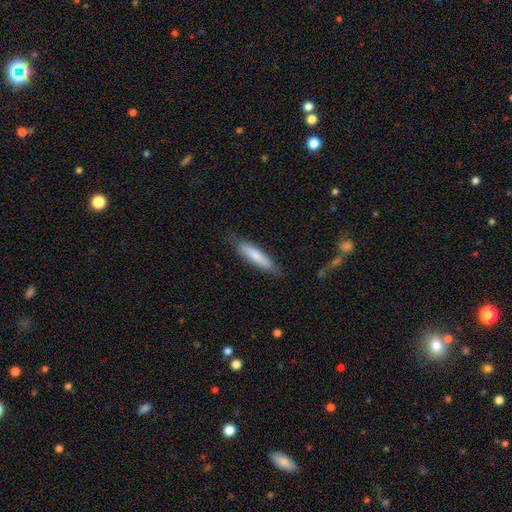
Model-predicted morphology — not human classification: Smooth or featured? smooth (72%)
How rounded? cigar-shaped (83%)
Merging? none (78%)